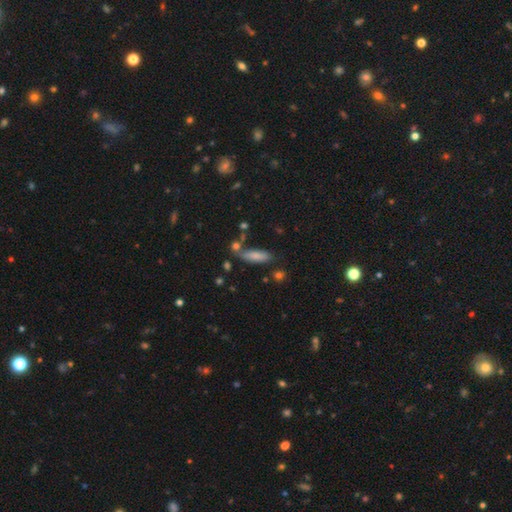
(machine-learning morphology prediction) smooth-or-featured: smooth: 80% | featured or disk: 13% | star or artifact: 8%
  how-rounded: in between: 51% | cigar-shaped: 46% | round: 2%
  merging: none: 64% | minor disturbance: 18% | merger: 12% | major disturbance: 6%